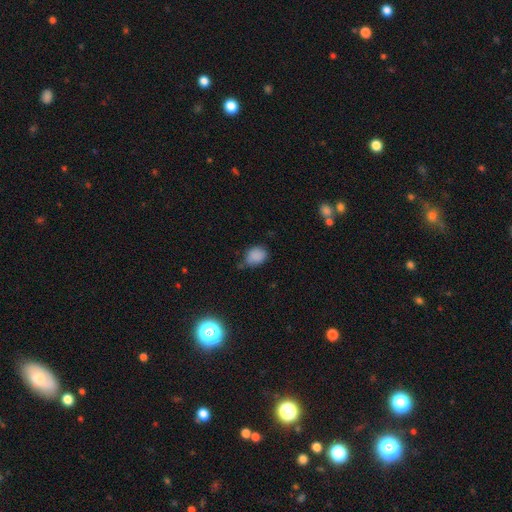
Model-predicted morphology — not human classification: The model was most divided on "how rounded": in between: 54%, round: 45%, cigar-shaped: 1%. More confident: smooth or featured — smooth (85%); merging — none (55%).